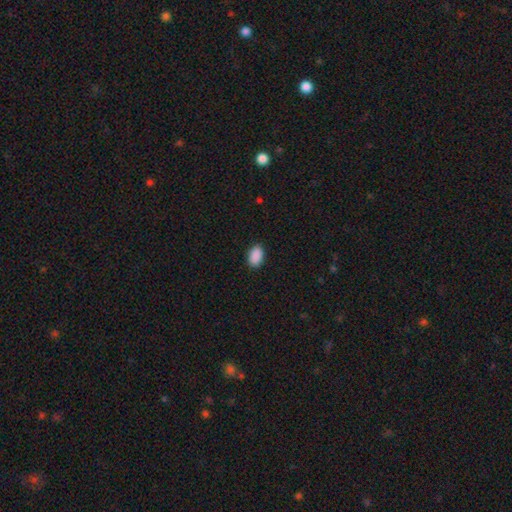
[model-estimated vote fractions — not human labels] The model was most divided on "merging": none: 88%, minor disturbance: 9%, major disturbance: 2%, merger: 1%. More confident: smooth or featured — smooth (90%); how rounded — in between (89%).